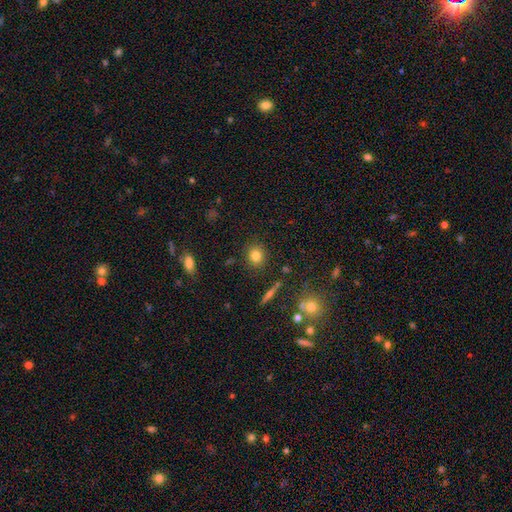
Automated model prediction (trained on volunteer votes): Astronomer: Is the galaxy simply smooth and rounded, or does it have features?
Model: smooth — 81%.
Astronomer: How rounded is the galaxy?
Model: round — 78%.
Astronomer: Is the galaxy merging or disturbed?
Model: none — 87%.